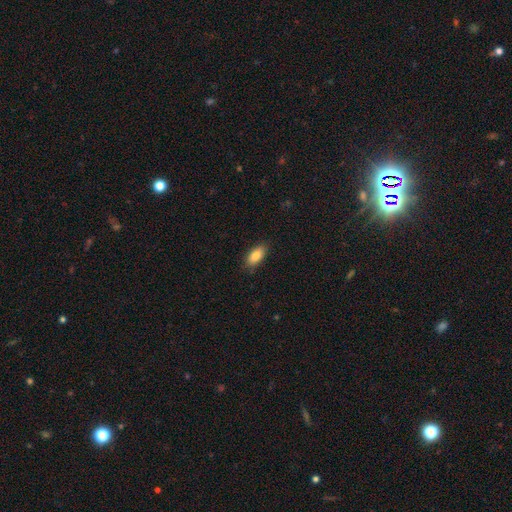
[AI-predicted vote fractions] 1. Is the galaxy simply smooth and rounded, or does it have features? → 86% smooth, 8% featured or disk, 7% star or artifact.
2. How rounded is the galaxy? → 88% in between, 10% cigar-shaped, 3% round.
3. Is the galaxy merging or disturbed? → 84% none, 12% minor disturbance, 2% major disturbance, 1% merger.